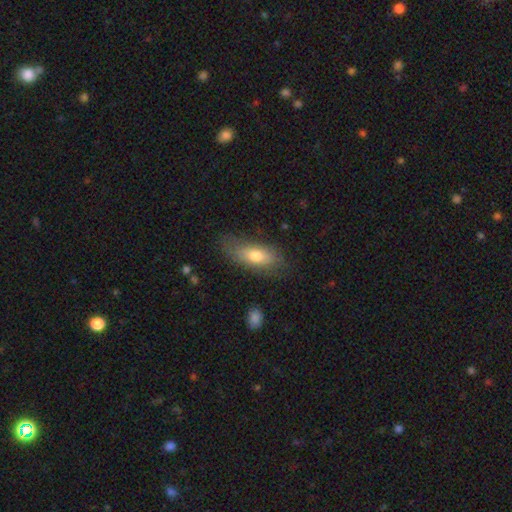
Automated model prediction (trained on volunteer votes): Smooth or featured: smooth — 70% (featured or disk — 24%)
How rounded: in between — 75% (cigar-shaped — 21%)
Merging: none — 66% (minor disturbance — 24%)